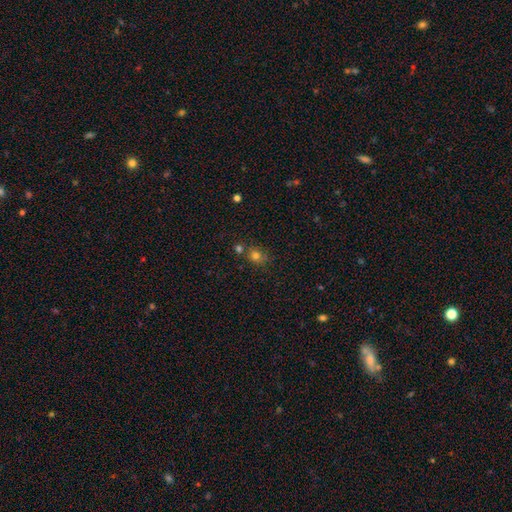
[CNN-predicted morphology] This appears to be a smooth galaxy with no disk features (75%) that is round (74%). Merging: none (64%).